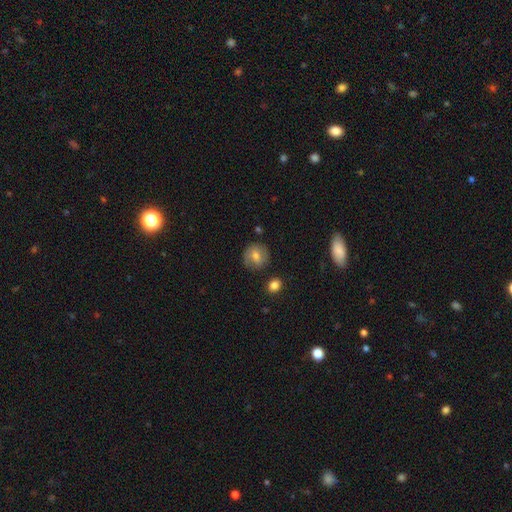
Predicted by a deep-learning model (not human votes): Morphology: type=smooth (65%); roundness=round (87%); merging=none (80%).